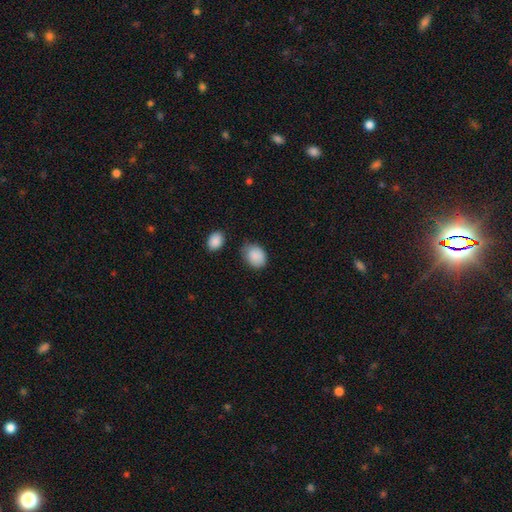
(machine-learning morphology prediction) smooth 88%, star or artifact 7%, featured or disk 4%. Down the decision tree: how rounded — in between (63%); merging — none (65%).